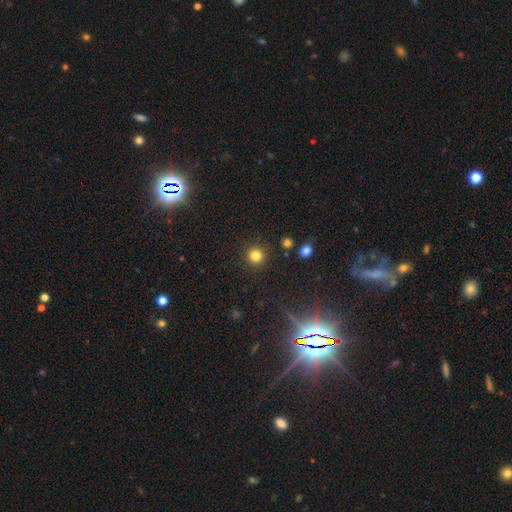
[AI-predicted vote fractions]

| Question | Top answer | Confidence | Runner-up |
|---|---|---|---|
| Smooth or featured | smooth | 82% | star or artifact (13%) |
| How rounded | round | 94% | in between (5%) |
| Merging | none | 90% | minor disturbance (6%) |